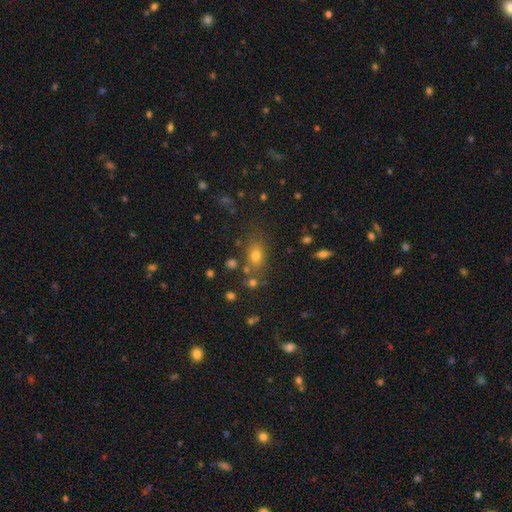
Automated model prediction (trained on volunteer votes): smooth-or-featured: smooth: 69% | star or artifact: 19% | featured or disk: 12%
  how-rounded: in between: 69% | round: 27% | cigar-shaped: 4%
  merging: none: 72% | minor disturbance: 14% | merger: 9% | major disturbance: 5%